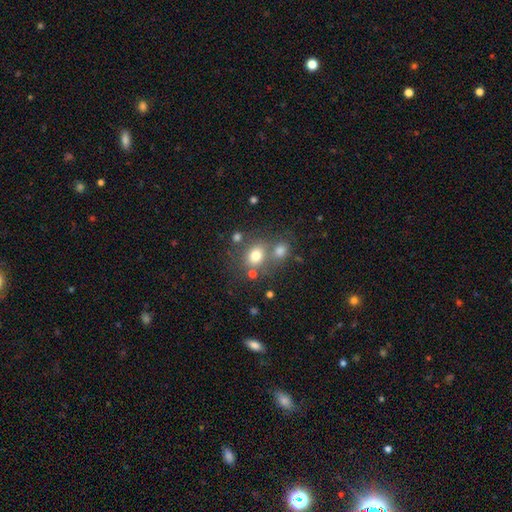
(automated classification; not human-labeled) Smooth or featured?
  - smooth: 73% *
  - star or artifact: 15%
  - featured or disk: 12%
How rounded?
  - round: 66% *
  - in between: 33%
  - cigar-shaped: 1%
Merging?
  - none: 54% *
  - merger: 30%
  - minor disturbance: 11%
  - major disturbance: 5%